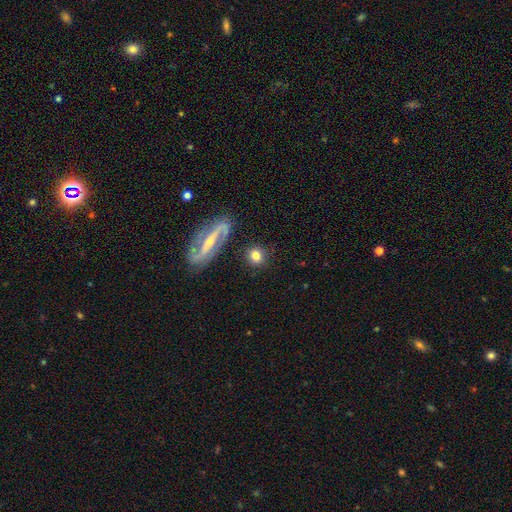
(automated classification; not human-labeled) A smooth galaxy with no disk features (68%) that is round (86%). Merging: none (85%).